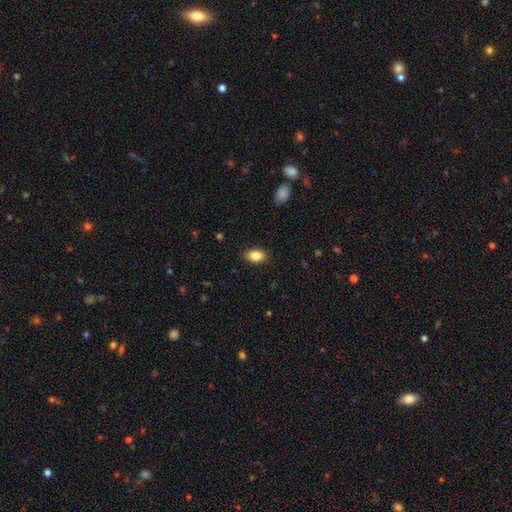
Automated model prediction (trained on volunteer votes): smooth 85%, star or artifact 8%, featured or disk 7%. Down the decision tree: how rounded — in between (89%); merging — none (87%).